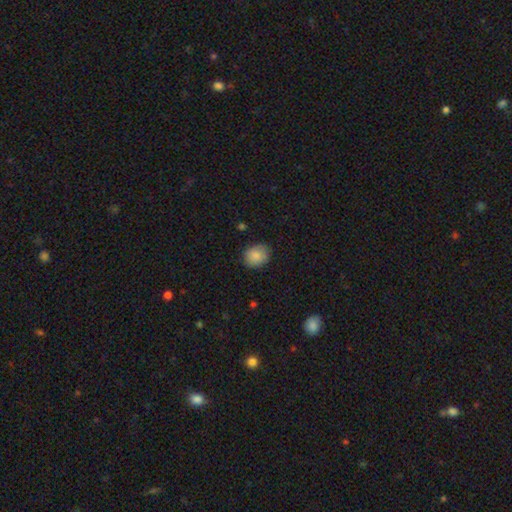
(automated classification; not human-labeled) A smooth galaxy with no disk features (86%) that is round (65%).

Vote fractions:
- Smooth or featured? smooth: 86% / star or artifact: 8% / featured or disk: 6%
- How rounded? round: 65% / in between: 34% / cigar-shaped: 1%
- Merging? none: 83% / minor disturbance: 13% / major disturbance: 3% / merger: 1%